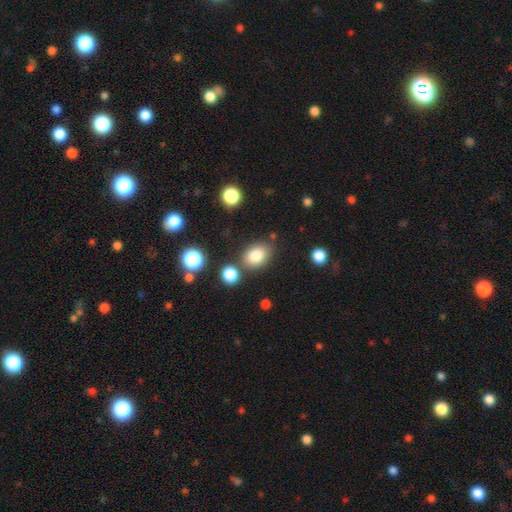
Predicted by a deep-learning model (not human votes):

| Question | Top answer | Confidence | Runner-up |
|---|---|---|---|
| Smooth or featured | smooth | 83% | star or artifact (10%) |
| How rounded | in between | 74% | round (25%) |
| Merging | none | 73% | minor disturbance (14%) |